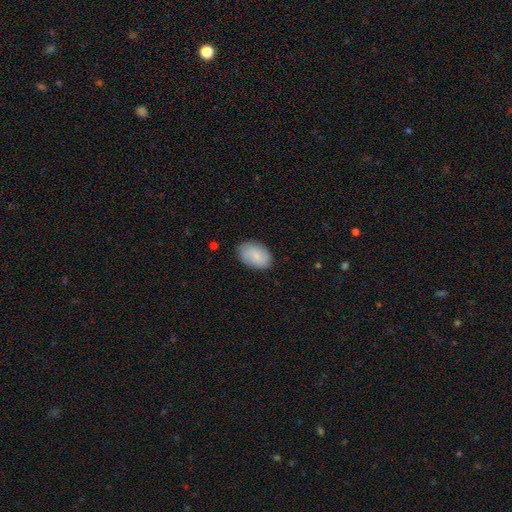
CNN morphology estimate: Smooth or featured? Predicted: smooth (p=0.81). How rounded? Predicted: in between (p=0.90). Merging? Predicted: none (p=0.83).